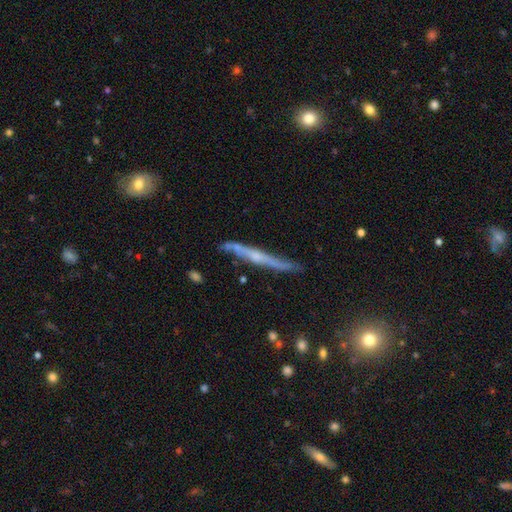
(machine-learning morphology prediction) This is likely a featured or disk galaxy (72%). It is clearly viewed edge-on (94%). Edge-on bulge: possibly rounded (56%). Merging: likely none (77%).